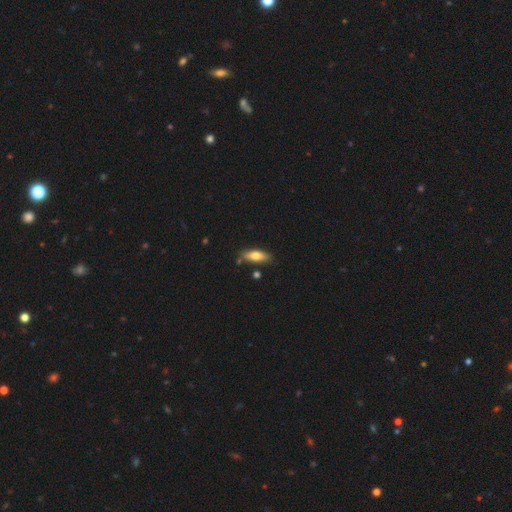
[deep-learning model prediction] The model was most divided on "how rounded": in between: 61%, cigar-shaped: 37%, round: 2%. More confident: merging — none (79%); smooth or featured — smooth (72%).